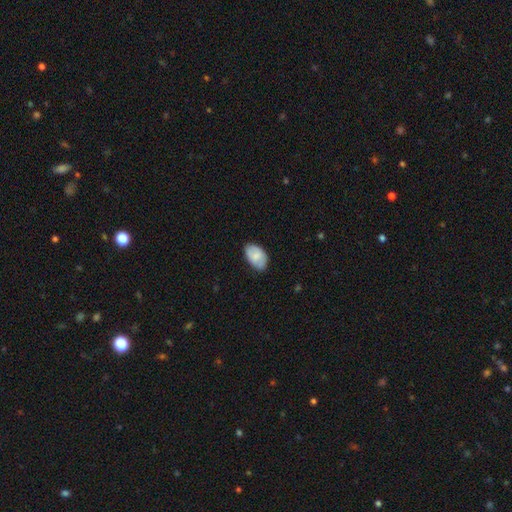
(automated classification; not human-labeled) This is likely a smooth galaxy (74%). How rounded: clearly in between (92%). Merging: likely none (75%).